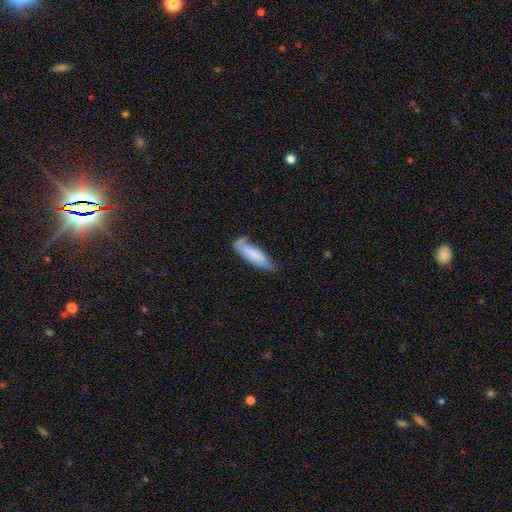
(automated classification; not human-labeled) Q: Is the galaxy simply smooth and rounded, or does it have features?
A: smooth — 74%.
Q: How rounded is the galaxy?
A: cigar-shaped — 60%.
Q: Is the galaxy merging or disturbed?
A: none — 58%.